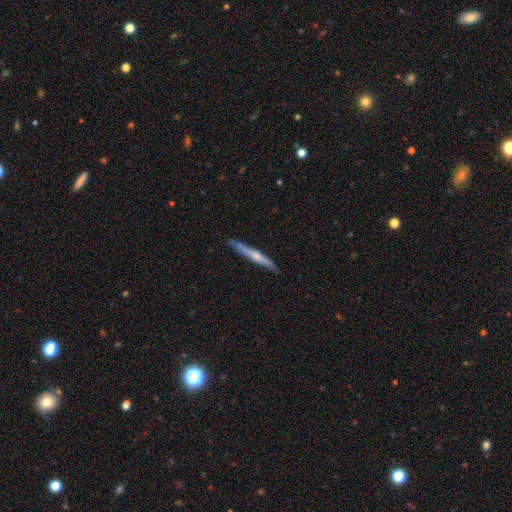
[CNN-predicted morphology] A featured or disk galaxy (57%) viewed edge-on (96%) with a rounded central bulge (59%). Merging: none (84%).